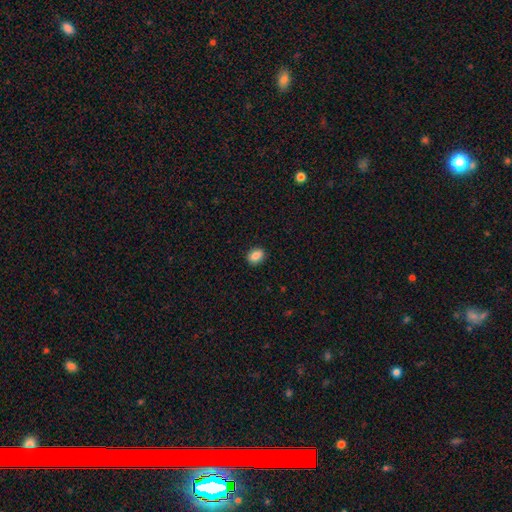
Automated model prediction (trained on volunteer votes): Overall: smooth (87%). How rounded: in between (69%; round 30%). Merging: none (90%).